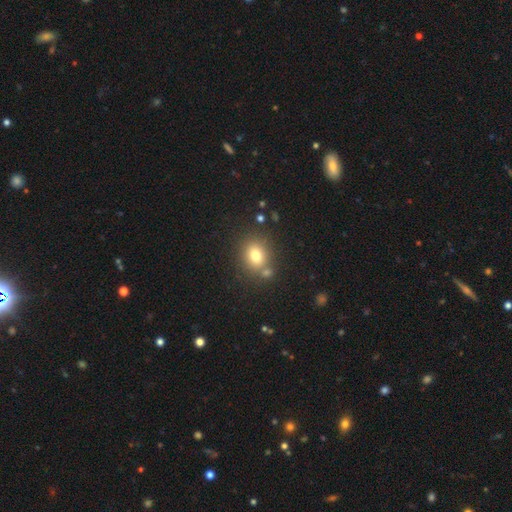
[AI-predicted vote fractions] Smooth or featured? smooth (77%)
How rounded? round (60%)
Merging? none (69%)